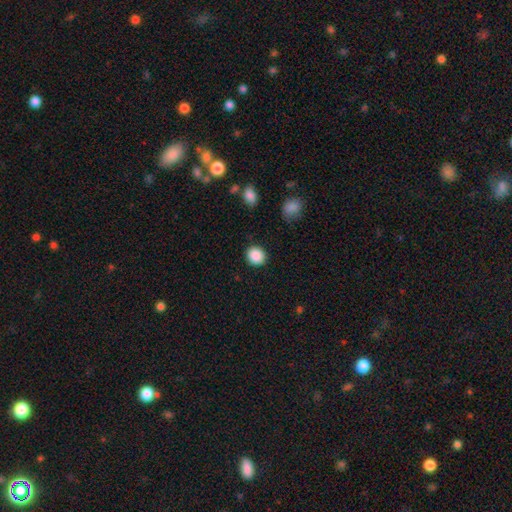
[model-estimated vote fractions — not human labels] Smooth or featured? smooth (89%)
How rounded? round (77%)
Merging? none (89%)